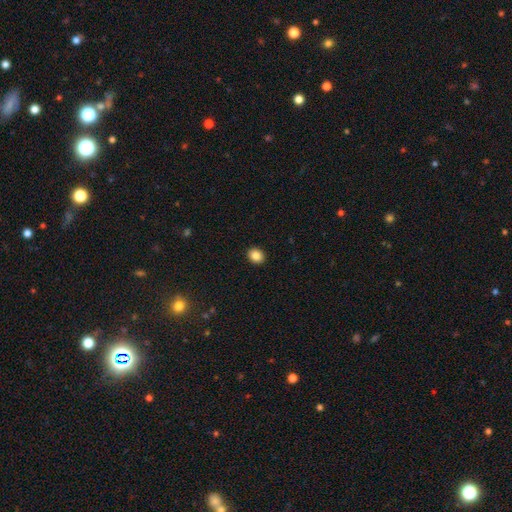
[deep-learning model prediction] A smooth galaxy with no disk features (87%) that is round (60%). Merging: none (92%).